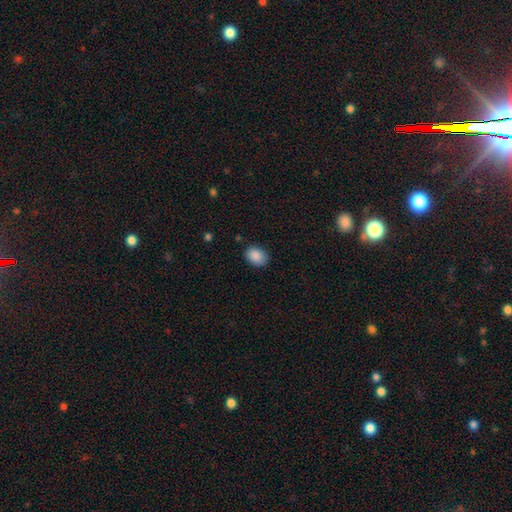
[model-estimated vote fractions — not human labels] smooth 89%, star or artifact 8%, featured or disk 3%. Down the decision tree: how rounded — in between (65%); merging — none (84%).